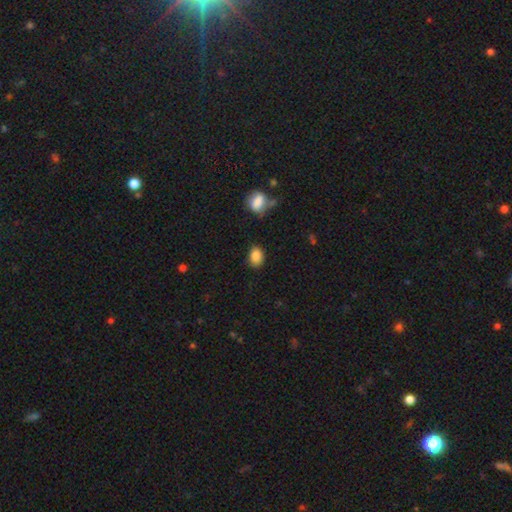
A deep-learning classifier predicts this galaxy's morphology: A smooth galaxy with no disk features (86%) that is in between round and cigar-shaped (70%).

Vote fractions:
- Smooth or featured? smooth: 86% / star or artifact: 9% / featured or disk: 5%
- How rounded? in between: 70% / round: 29% / cigar-shaped: 1%
- Merging? none: 77% / minor disturbance: 17% / major disturbance: 4% / merger: 3%